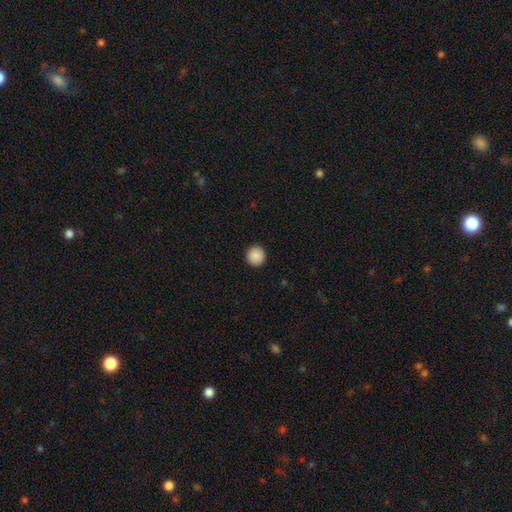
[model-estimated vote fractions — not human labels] smooth 89%, star or artifact 8%, featured or disk 2%. Down the decision tree: how rounded — round (95%); merging — none (93%).